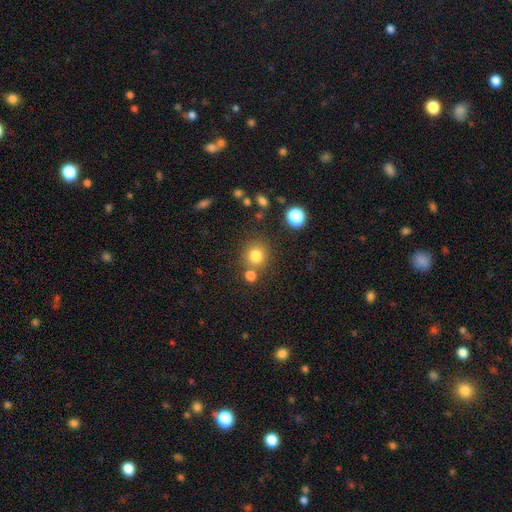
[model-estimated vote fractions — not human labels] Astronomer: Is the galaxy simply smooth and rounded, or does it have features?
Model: smooth — 79%.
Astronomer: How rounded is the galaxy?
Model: round — 86%.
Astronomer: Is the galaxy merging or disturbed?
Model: none — 72%.